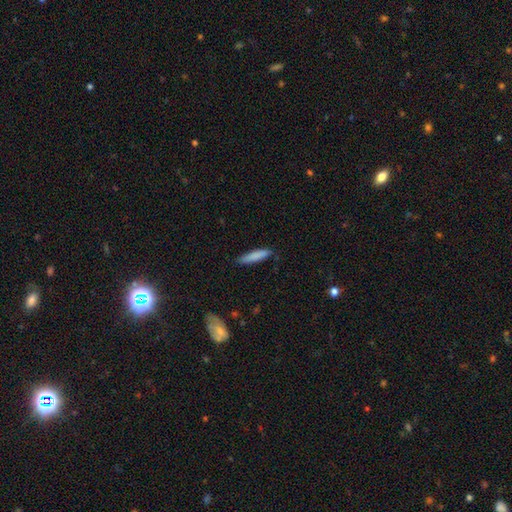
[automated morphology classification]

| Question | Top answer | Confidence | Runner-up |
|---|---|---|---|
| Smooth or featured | smooth | 83% | featured or disk (11%) |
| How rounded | cigar-shaped | 85% | in between (14%) |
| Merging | none | 83% | minor disturbance (14%) |